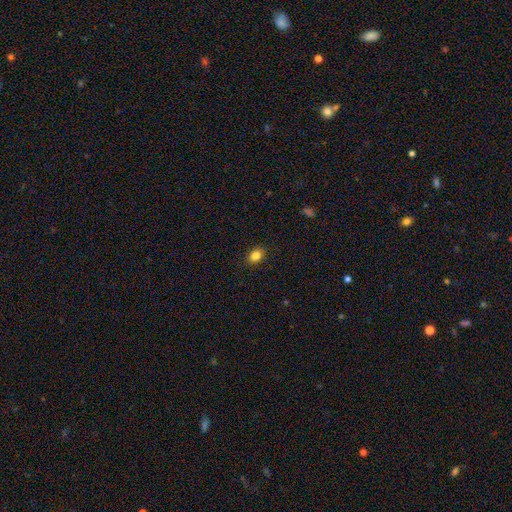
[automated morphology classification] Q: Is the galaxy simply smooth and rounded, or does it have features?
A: smooth — 85%.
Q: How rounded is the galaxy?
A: in between — 64%.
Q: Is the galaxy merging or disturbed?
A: none — 90%.